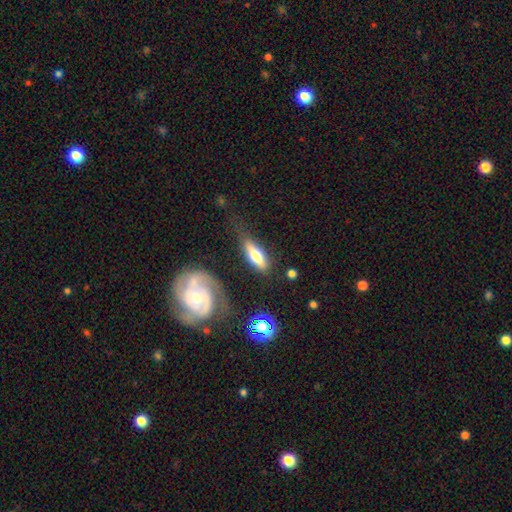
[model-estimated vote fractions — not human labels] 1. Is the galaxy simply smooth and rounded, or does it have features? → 58% smooth, 35% featured or disk, 6% star or artifact.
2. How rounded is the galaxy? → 55% in between, 42% cigar-shaped, 3% round.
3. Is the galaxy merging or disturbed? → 66% none, 21% minor disturbance, 8% major disturbance, 5% merger.